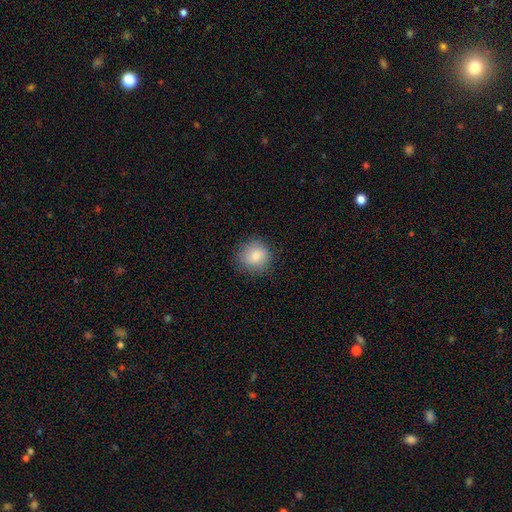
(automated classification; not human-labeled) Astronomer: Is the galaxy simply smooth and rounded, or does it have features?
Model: smooth — 83%.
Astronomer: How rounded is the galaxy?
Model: round — 88%.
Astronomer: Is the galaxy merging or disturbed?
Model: none — 85%.